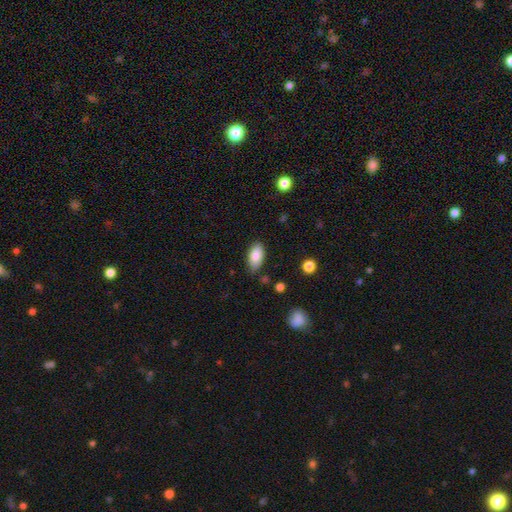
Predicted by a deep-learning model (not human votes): smooth 85%, featured or disk 8%, star or artifact 7%. Down the decision tree: how rounded — in between (92%); merging — none (80%).